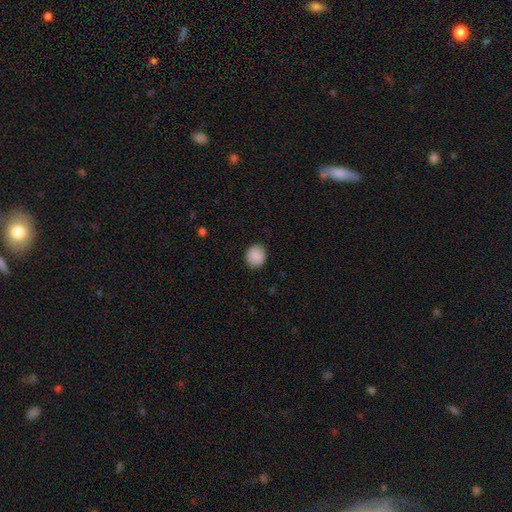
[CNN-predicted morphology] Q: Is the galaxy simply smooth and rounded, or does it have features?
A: smooth — 89%.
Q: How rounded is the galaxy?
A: round — 79%.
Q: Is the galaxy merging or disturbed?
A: none — 88%.